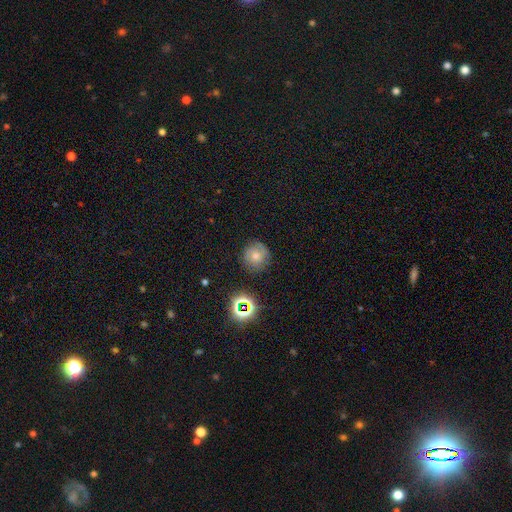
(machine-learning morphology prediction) Smooth or featured? Predicted: smooth (p=0.55). How rounded? Predicted: round (p=0.91). Merging? Predicted: none (p=0.78).